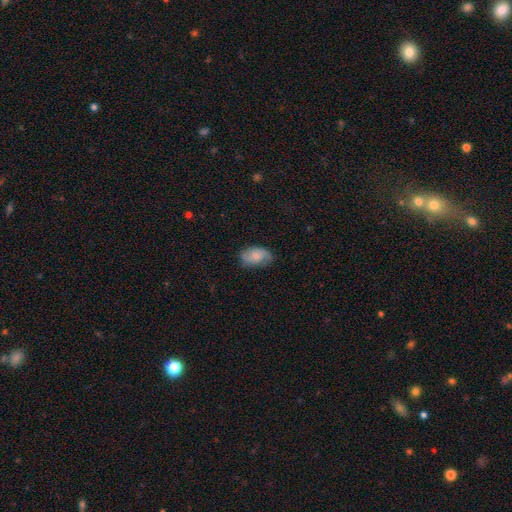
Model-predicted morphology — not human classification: smooth 64%, featured or disk 29%, star or artifact 8%. Down the decision tree: how rounded — in between (89%); merging — none (62%).